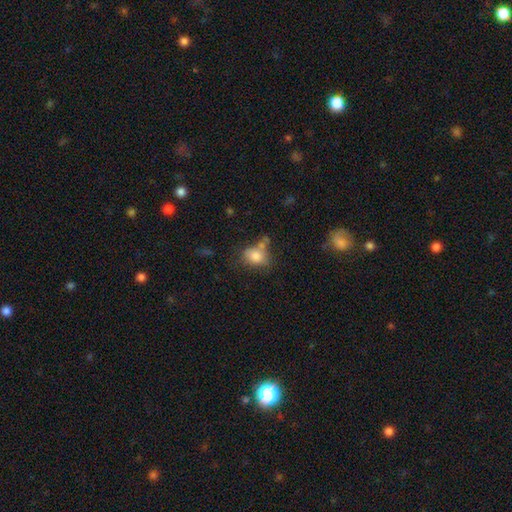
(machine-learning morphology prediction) This is likely a smooth galaxy (78%). How rounded: likely in between (60%). Merging: possibly none (46%).